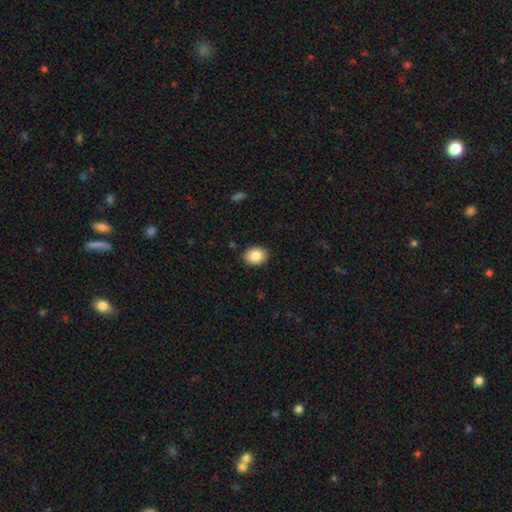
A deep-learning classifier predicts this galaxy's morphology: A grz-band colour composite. It shows a smooth galaxy with no disk features (85%) that is in between round and cigar-shaped (59%). Merging: none (90%).